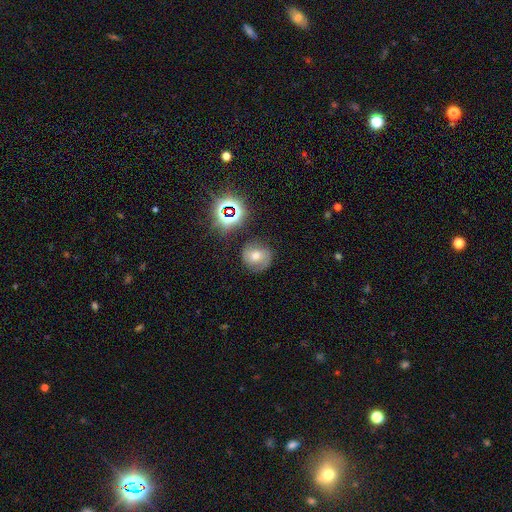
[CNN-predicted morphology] A featured or disk galaxy (43%).

Vote fractions:
- Smooth or featured? featured or disk: 43% / smooth: 37% / star or artifact: 20%
- Merging? none: 76% / minor disturbance: 15% / major disturbance: 6% / merger: 2%